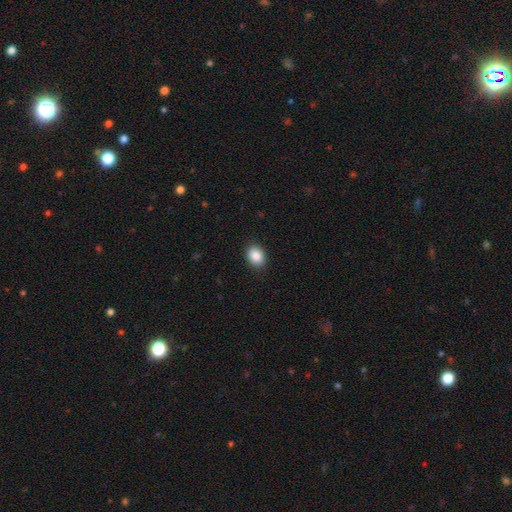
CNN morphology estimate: Smooth or featured?
  - smooth: 88% *
  - star or artifact: 8%
  - featured or disk: 4%
How rounded?
  - in between: 67% *
  - round: 32%
  - cigar-shaped: 1%
Merging?
  - none: 89% *
  - minor disturbance: 8%
  - major disturbance: 2%
  - merger: 1%